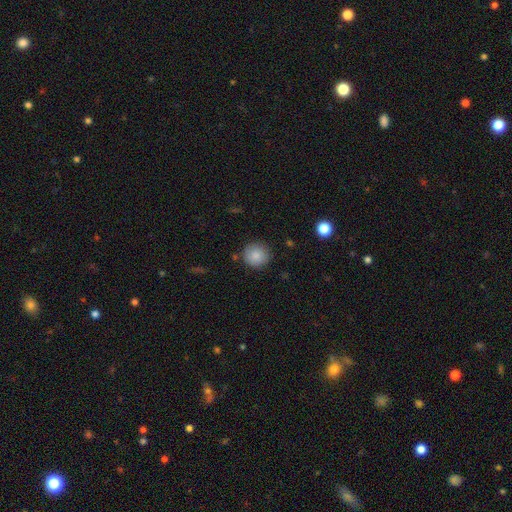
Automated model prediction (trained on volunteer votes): Smooth or featured? smooth (87%)
How rounded? round (92%)
Merging? none (86%)